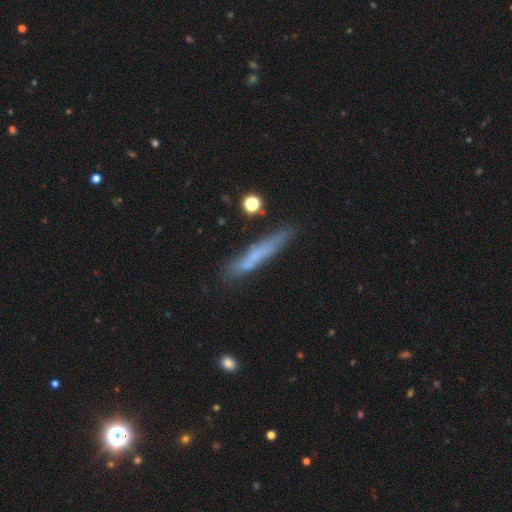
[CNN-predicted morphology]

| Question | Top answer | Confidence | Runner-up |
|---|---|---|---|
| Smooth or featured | smooth | 56% | featured or disk (35%) |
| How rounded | cigar-shaped | 93% | in between (5%) |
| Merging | none | 75% | minor disturbance (17%) |